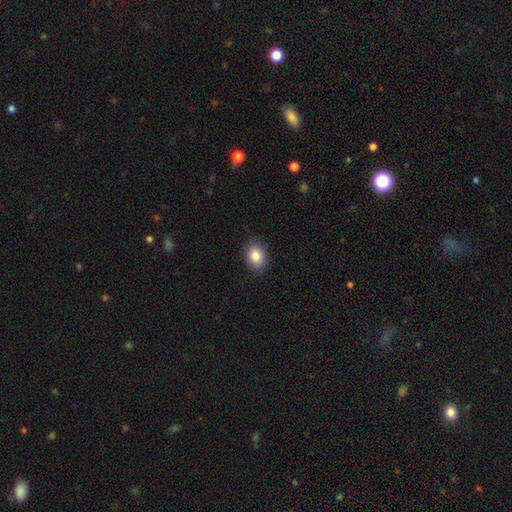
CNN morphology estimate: Smooth or featured: smooth — 87% (star or artifact — 8%)
How rounded: in between — 66% (round — 33%)
Merging: none — 85% (minor disturbance — 11%)